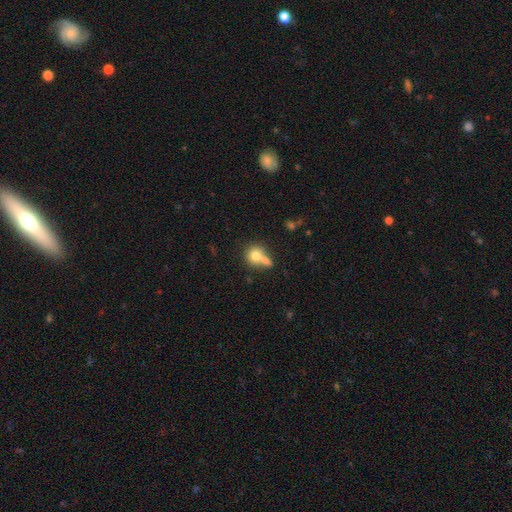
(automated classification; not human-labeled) Smooth or featured?
  - smooth: 76% *
  - featured or disk: 14%
  - star or artifact: 10%
How rounded?
  - round: 81% *
  - in between: 18%
  - cigar-shaped: 1%
Merging?
  - merger: 44% *
  - none: 41%
  - minor disturbance: 10%
  - major disturbance: 5%